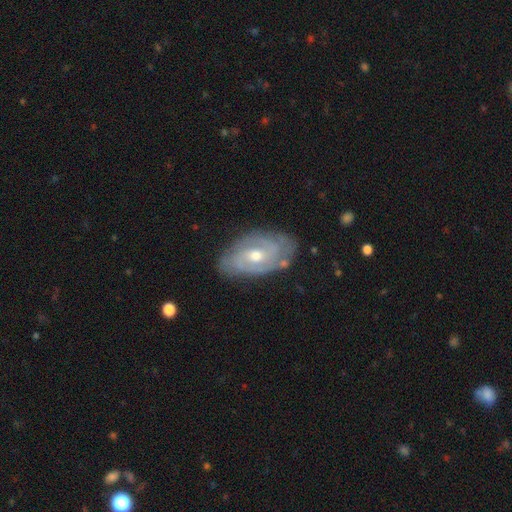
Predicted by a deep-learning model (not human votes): featured or disk 83%, smooth 12%, star or artifact 6%. Down the decision tree: edge-on disk — no (94%); bar — no (52%); spiral arms — yes (92%); spiral arm count — 2 (37%); spiral winding — tight (62%); bulge size — moderate (65%); merging — none (75%).